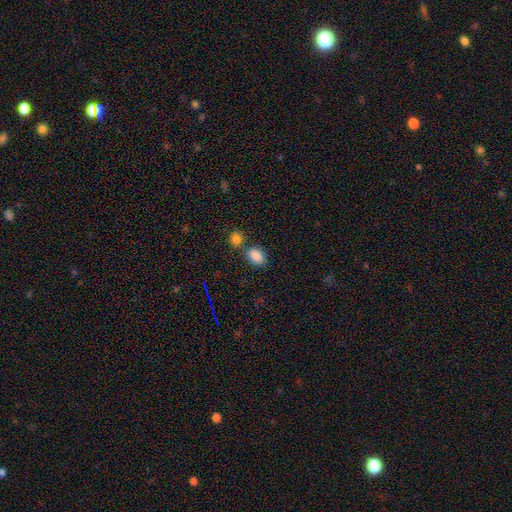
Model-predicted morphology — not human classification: The model was most divided on "merging": none: 67%, merger: 18%, minor disturbance: 11%, major disturbance: 3%. More confident: smooth or featured — smooth (86%); how rounded — in between (75%).